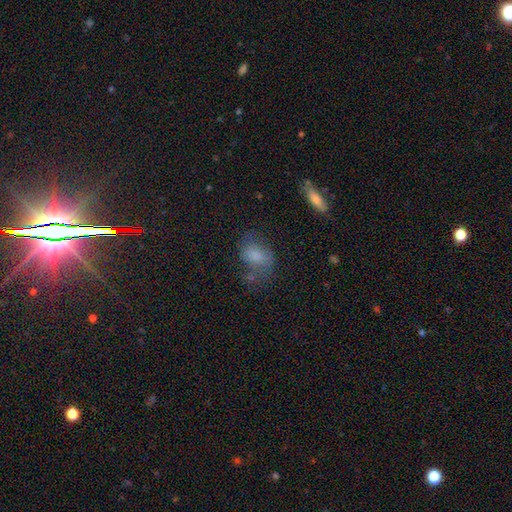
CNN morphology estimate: This appears to be a smooth galaxy with no disk features (66%) that is in between round and cigar-shaped (76%). Merging: none (47%).